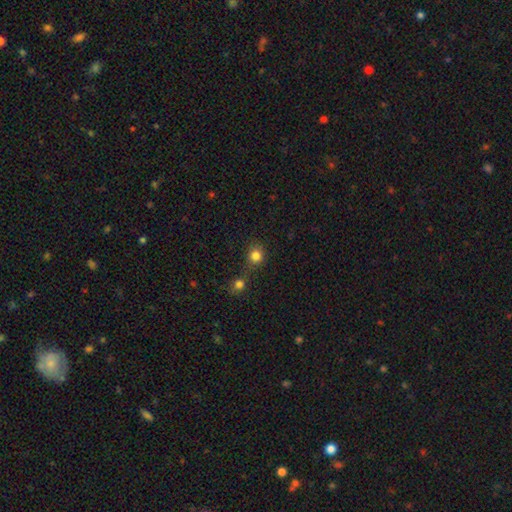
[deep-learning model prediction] A smooth galaxy with no disk features (82%) that is round (85%). Merging: none (61%).